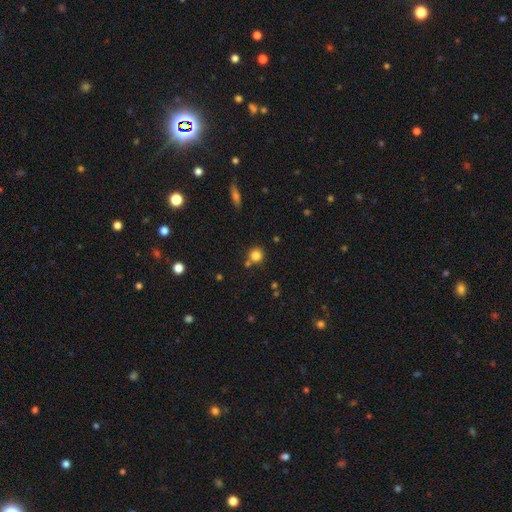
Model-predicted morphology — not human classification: smooth_or_featured: smooth (p=0.82) [alt: star or artifact p=0.12]
how_rounded: round (p=0.91) [alt: in between p=0.08]
merging: none (p=0.73) [alt: merger p=0.14]